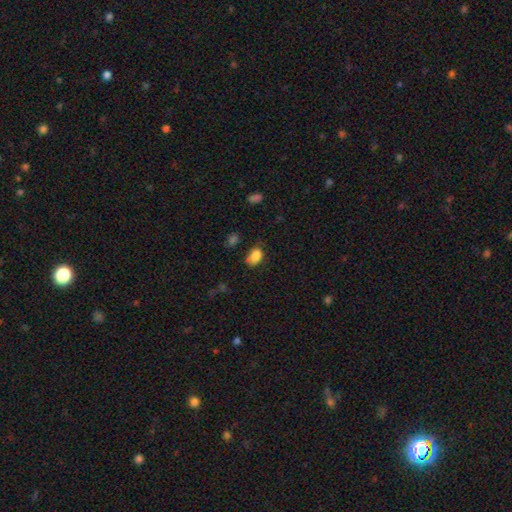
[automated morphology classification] This is clearly a smooth galaxy (85%). How rounded: clearly in between (83%). Merging: likely none (61%).